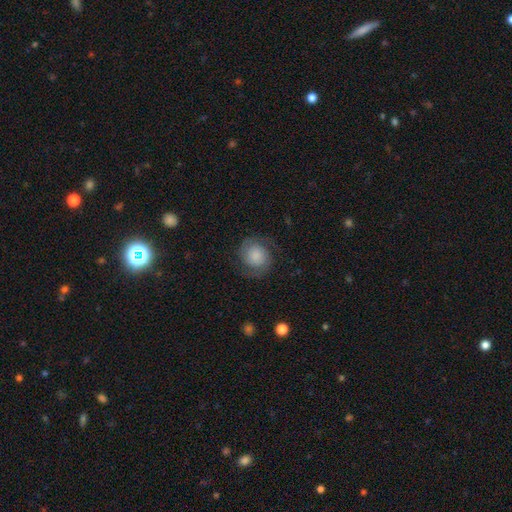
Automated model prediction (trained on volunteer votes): Smooth or featured?
  - featured or disk: 62% *
  - smooth: 29%
  - star or artifact: 9%
Edge-on disk?
  - no: 98% *
  - yes: 2%
Bar?
  - no: 76% *
  - weak: 20%
  - strong: 4%
Spiral arms?
  - yes: 94% *
  - no: 6%
Spiral winding?
  - medium: 47% *
  - tight: 32%
  - loose: 21%
Spiral arm count?
  - 2: 92% *
  - can't tell: 3%
  - 1: 2%
  - 3: 1%
  - 4: 1%
  - more than 4: 1%
Bulge size?
  - none: 26% *
  - small: 23%
  - large: 21%
  - moderate: 19%
  - dominant: 12%
Merging?
  - none: 78% *
  - minor disturbance: 13%
  - major disturbance: 8%
  - merger: 1%